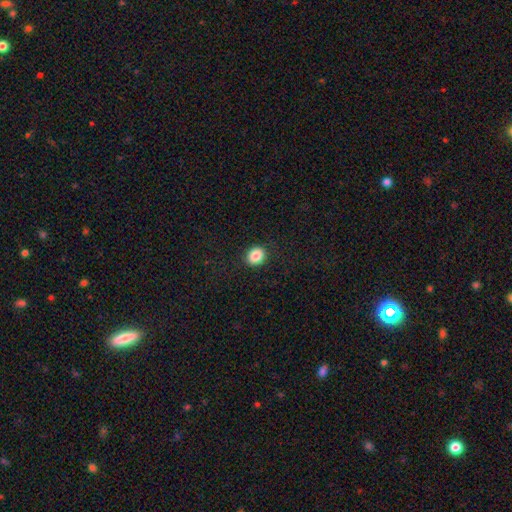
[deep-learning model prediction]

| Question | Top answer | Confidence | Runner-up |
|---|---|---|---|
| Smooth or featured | smooth | 86% | star or artifact (9%) |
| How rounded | round | 66% | in between (33%) |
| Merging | none | 90% | minor disturbance (7%) |